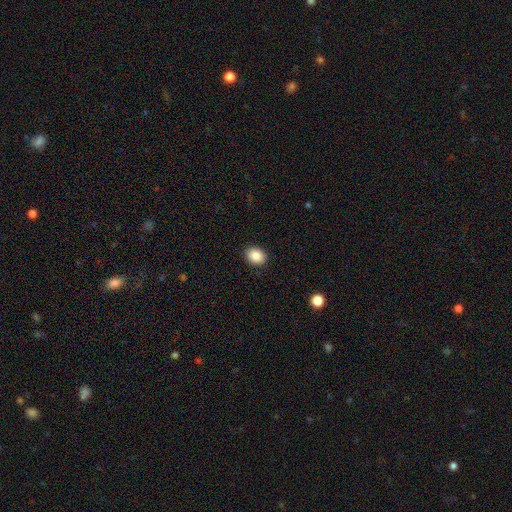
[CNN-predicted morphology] Smooth or featured?
  - smooth: 88% *
  - star or artifact: 8%
  - featured or disk: 4%
How rounded?
  - in between: 57% *
  - round: 43%
  - cigar-shaped: 1%
Merging?
  - none: 91% *
  - minor disturbance: 7%
  - major disturbance: 2%
  - merger: 1%